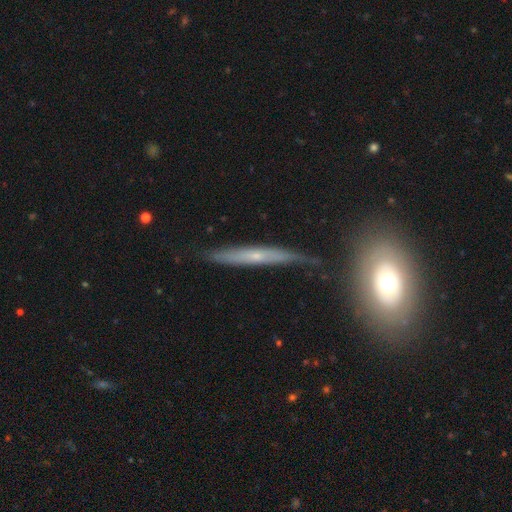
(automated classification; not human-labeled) Smooth or featured? featured or disk (59%)
Edge-on disk? yes (89%)
Edge-on bulge? none (50%)
Merging? none (78%)